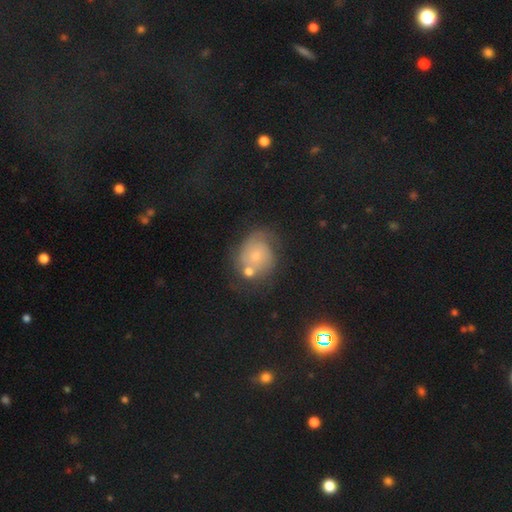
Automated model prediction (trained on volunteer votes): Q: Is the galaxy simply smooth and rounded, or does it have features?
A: featured or disk — 55%.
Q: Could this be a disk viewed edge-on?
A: no — 98%.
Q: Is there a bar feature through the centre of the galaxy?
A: no — 76%.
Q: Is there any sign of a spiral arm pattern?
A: yes — 80%.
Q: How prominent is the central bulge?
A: small — 64%.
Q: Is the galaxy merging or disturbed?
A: none — 46%.